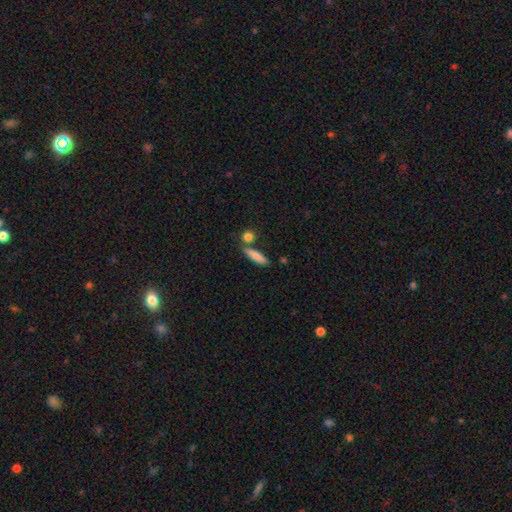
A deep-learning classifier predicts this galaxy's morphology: smooth 83%, featured or disk 11%, star or artifact 7%. Down the decision tree: how rounded — cigar-shaped (66%); merging — none (71%).